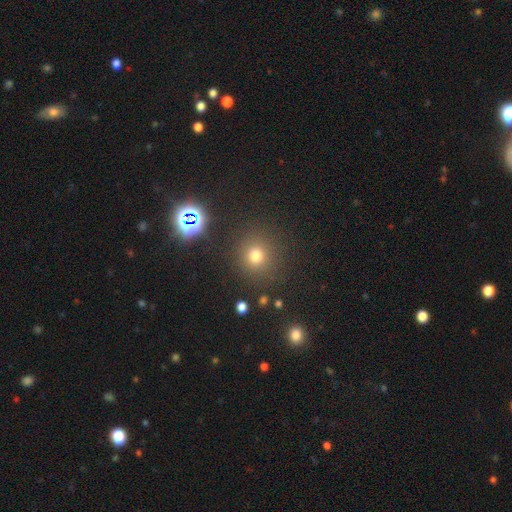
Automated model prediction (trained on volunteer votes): Smooth or featured: smooth — 72% (star or artifact — 21%)
How rounded: round — 90% (in between — 9%)
Merging: none — 86% (minor disturbance — 8%)